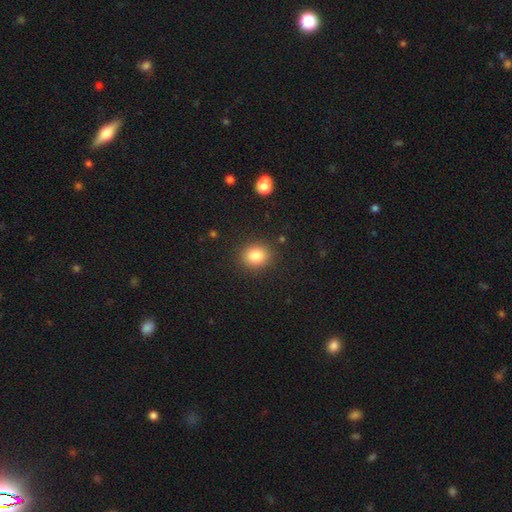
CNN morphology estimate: This appears to be a smooth galaxy with no disk features (83%) that is round (68%). Merging: none (89%).